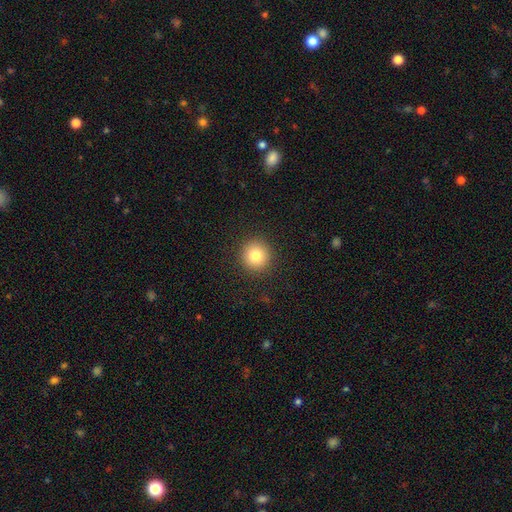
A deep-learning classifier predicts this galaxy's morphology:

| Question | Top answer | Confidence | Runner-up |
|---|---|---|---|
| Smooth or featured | smooth | 82% | star or artifact (10%) |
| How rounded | round | 94% | in between (5%) |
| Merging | none | 92% | minor disturbance (5%) |